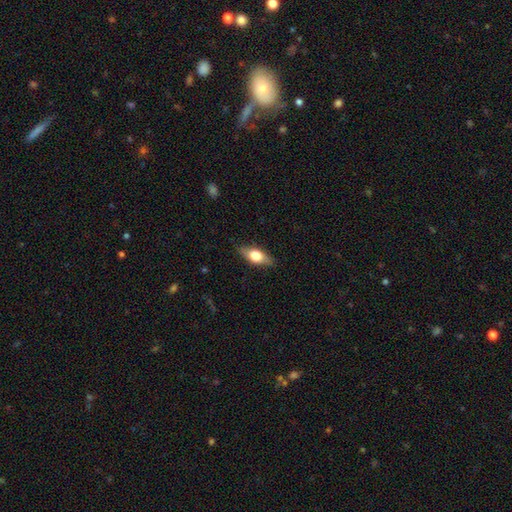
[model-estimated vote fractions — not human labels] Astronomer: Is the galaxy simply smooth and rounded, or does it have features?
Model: smooth — 60%.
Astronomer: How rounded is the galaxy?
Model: in between — 77%.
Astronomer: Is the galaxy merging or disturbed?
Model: none — 84%.